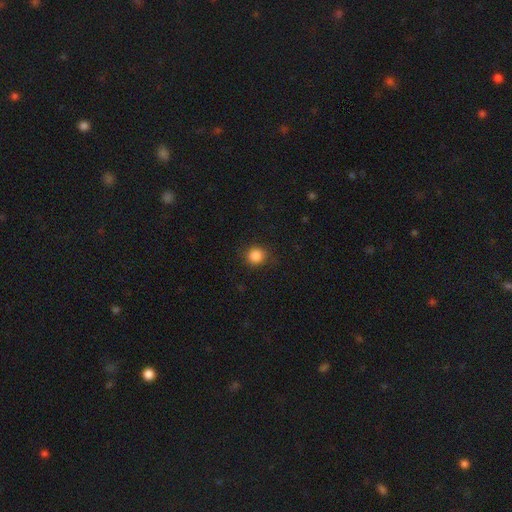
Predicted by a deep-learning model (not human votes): Smooth or featured?
  - smooth: 86% *
  - star or artifact: 10%
  - featured or disk: 4%
How rounded?
  - round: 88% *
  - in between: 11%
  - cigar-shaped: 1%
Merging?
  - none: 85% *
  - minor disturbance: 11%
  - major disturbance: 3%
  - merger: 1%